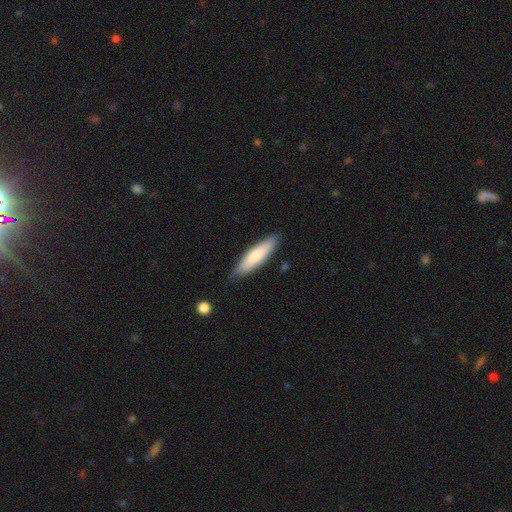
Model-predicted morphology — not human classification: A smooth galaxy with no disk features (75%) that is cigar-shaped (70%). Merging: none (83%).